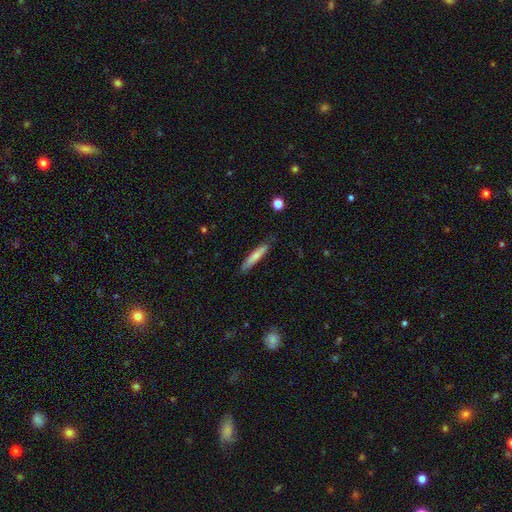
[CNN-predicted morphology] smooth-or-featured: smooth: 72% | featured or disk: 22% | star or artifact: 6%
  how-rounded: cigar-shaped: 90% | in between: 9% | round: 1%
  merging: none: 81% | minor disturbance: 15% | major disturbance: 3% | merger: 1%